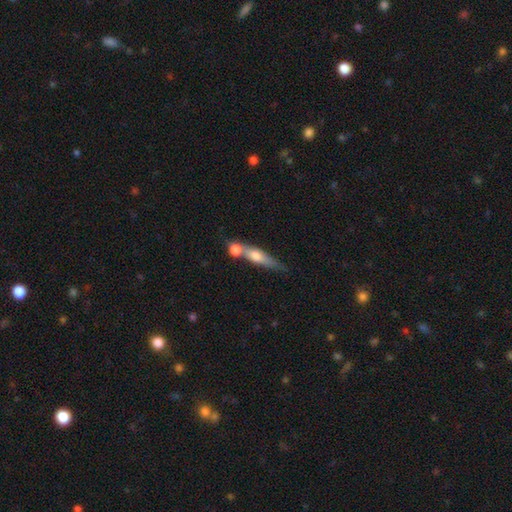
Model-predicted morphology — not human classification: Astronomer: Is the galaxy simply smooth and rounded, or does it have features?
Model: smooth — 56% (runner-up: featured or disk, 37%).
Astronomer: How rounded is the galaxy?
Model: cigar-shaped — 62%.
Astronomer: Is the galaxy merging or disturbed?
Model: merger — 51% (runner-up: none, 34%).